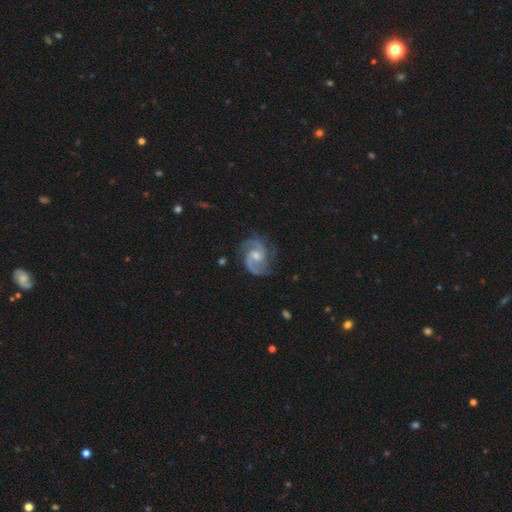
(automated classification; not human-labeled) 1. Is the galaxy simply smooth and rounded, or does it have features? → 92% featured or disk, 4% star or artifact, 3% smooth.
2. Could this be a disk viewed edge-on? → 98% no, 2% yes.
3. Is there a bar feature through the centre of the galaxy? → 49% no, 43% weak, 9% strong.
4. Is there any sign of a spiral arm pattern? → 99% yes, 1% no.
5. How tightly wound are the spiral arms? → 59% medium, 28% tight, 13% loose.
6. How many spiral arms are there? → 87% 2, 6% 3, 2% can't tell, 2% 1, 1% 4, 1% more than 4.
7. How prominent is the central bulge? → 51% moderate, 42% small, 4% none, 2% large, 1% dominant.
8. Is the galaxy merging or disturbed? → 78% none, 16% minor disturbance, 5% major disturbance, 1% merger.